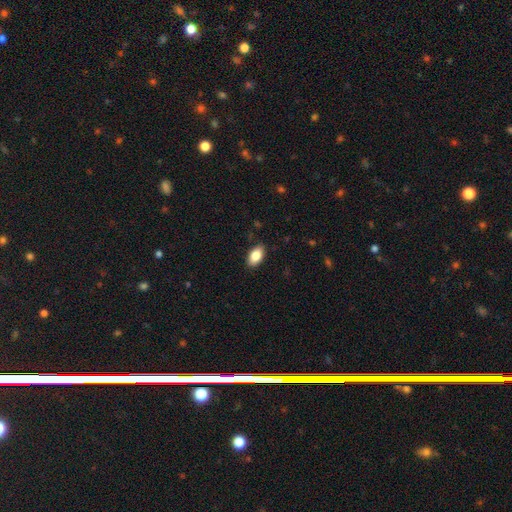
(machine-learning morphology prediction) smooth 85%, featured or disk 8%, star or artifact 7%. Down the decision tree: how rounded — in between (93%); merging — none (87%).